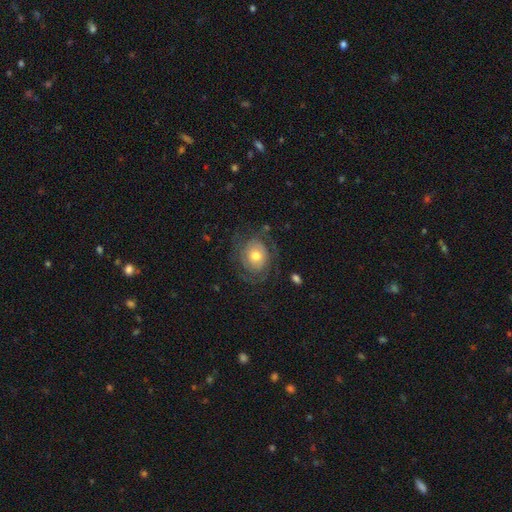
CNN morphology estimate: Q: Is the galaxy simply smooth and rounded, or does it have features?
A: featured or disk — 65%.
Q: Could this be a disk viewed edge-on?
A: no — 97%.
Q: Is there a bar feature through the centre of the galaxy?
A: no — 80%.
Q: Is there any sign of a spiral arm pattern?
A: yes — 81%.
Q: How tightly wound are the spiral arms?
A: tight — 55%.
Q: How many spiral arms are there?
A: can't tell — 37%.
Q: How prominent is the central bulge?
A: moderate — 66%.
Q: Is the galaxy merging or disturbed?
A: none — 64%.